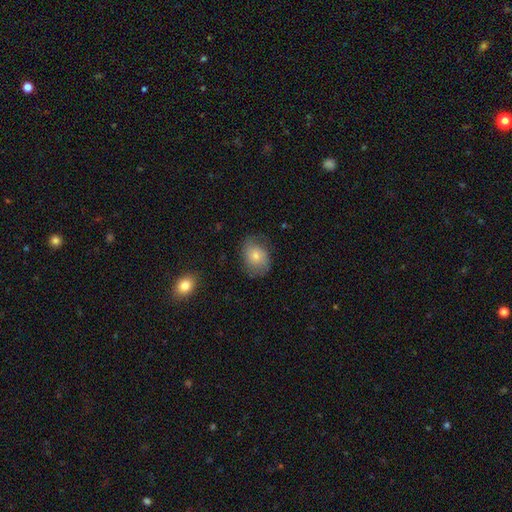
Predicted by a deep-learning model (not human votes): smooth-or-featured: smooth: 50% | featured or disk: 39% | star or artifact: 10%
  how-rounded: in between: 62% | round: 37% | cigar-shaped: 1%
  merging: none: 68% | minor disturbance: 21% | major disturbance: 9% | merger: 1%